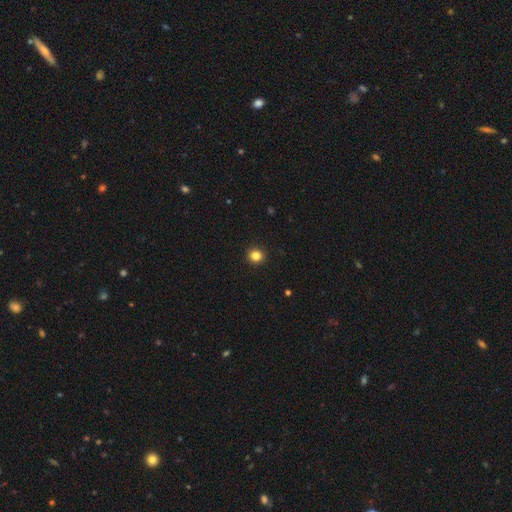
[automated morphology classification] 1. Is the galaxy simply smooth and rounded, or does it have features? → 84% smooth, 12% star or artifact, 4% featured or disk.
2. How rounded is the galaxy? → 92% round, 7% in between, 1% cigar-shaped.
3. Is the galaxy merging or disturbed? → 94% none, 4% minor disturbance, 1% major disturbance, 1% merger.